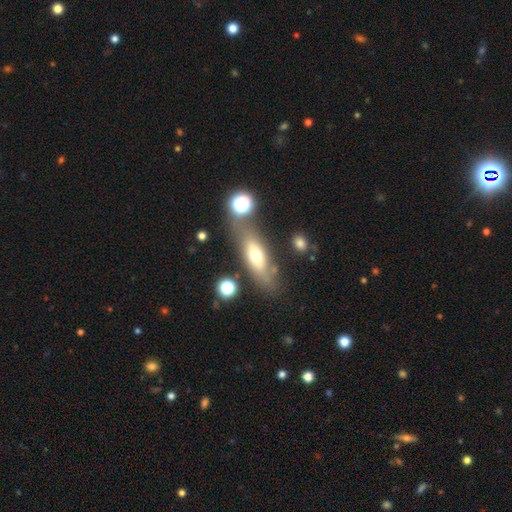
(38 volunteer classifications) Q: Smooth or featured?
A: smooth (55%); runner-up: featured or disk (42%)
Q: How rounded?
A: in between (62%); runner-up: cigar-shaped (33%)
Q: Merging?
A: none (43%); runner-up: minor disturbance (24%)